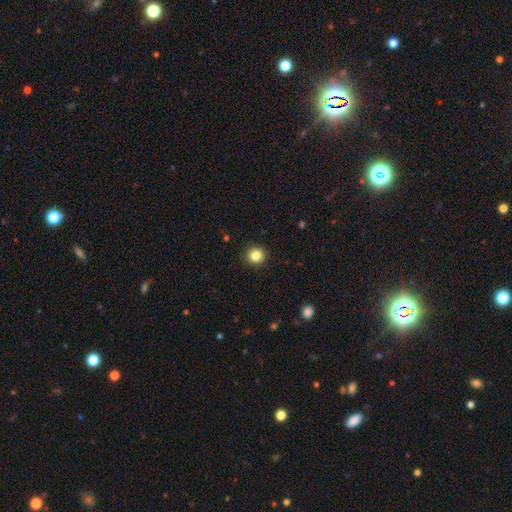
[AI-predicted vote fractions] smooth-or-featured: smooth: 84% | star or artifact: 11% | featured or disk: 5%
  how-rounded: round: 95% | in between: 5% | cigar-shaped: 1%
  merging: none: 93% | minor disturbance: 5% | major disturbance: 2% | merger: 1%